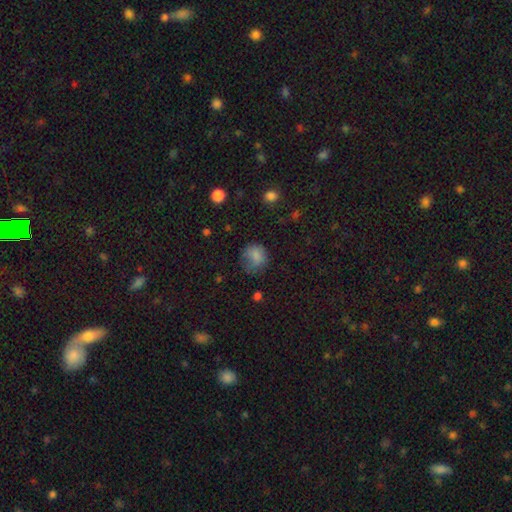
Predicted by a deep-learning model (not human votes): A smooth galaxy with no disk features (79%) that is round (74%).

Vote fractions:
- Smooth or featured? smooth: 79% / star or artifact: 11% / featured or disk: 10%
- How rounded? round: 74% / in between: 25% / cigar-shaped: 1%
- Merging? none: 55% / minor disturbance: 27% / major disturbance: 16% / merger: 2%